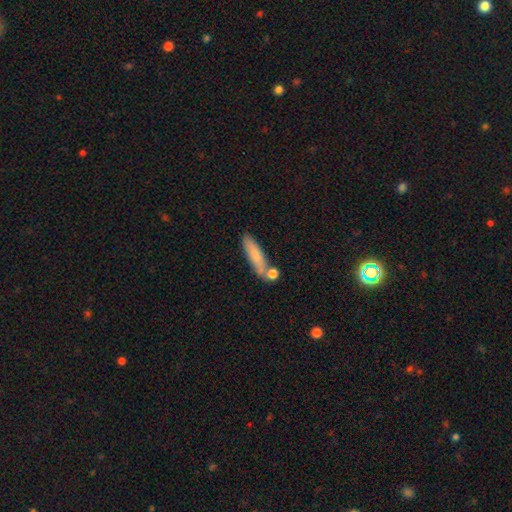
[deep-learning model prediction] Smooth or featured: smooth — 77% (featured or disk — 16%)
How rounded: cigar-shaped — 74% (in between — 23%)
Merging: none — 66% (minor disturbance — 15%)